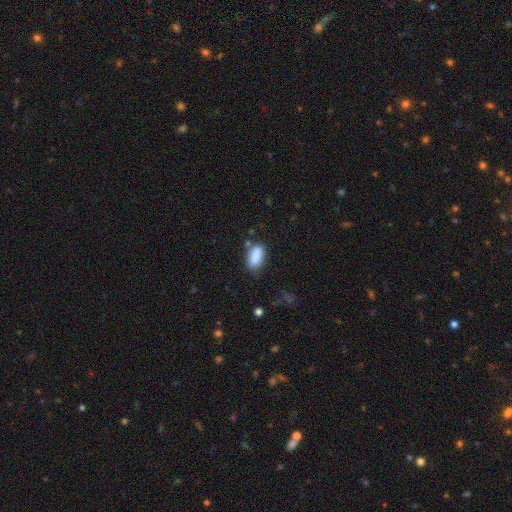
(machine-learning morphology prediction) A smooth galaxy with no disk features (87%) that is in between round and cigar-shaped (86%).

Vote fractions:
- Smooth or featured? smooth: 87% / star or artifact: 8% / featured or disk: 6%
- How rounded? in between: 86% / cigar-shaped: 11% / round: 4%
- Merging? none: 68% / minor disturbance: 20% / merger: 6% / major disturbance: 5%